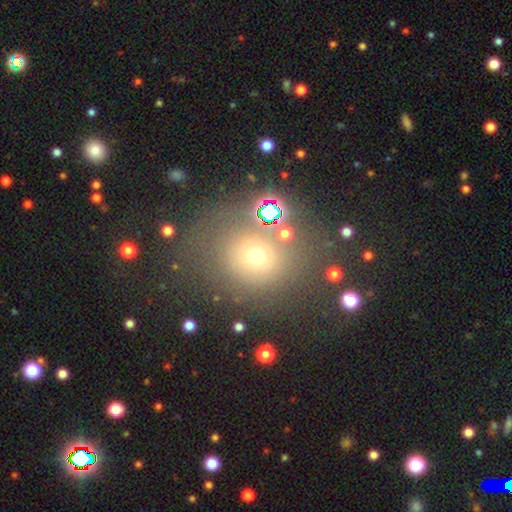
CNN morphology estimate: smooth_or_featured: smooth (p=0.60) [alt: star or artifact p=0.28]
how_rounded: round (p=0.74) [alt: in between p=0.24]
merging: none (p=0.71) [alt: minor disturbance p=0.13]